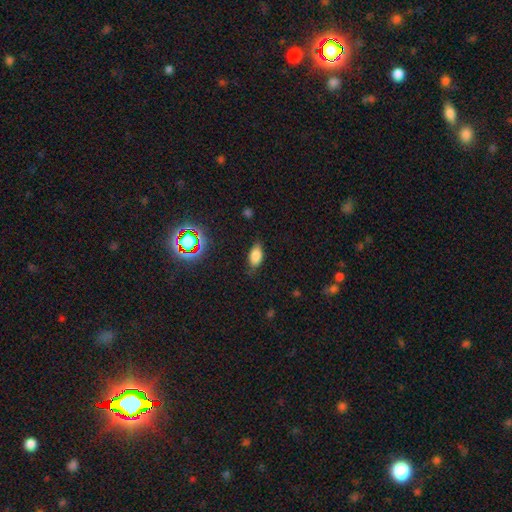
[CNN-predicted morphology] Smooth or featured: smooth — 78% (star or artifact — 13%)
How rounded: in between — 89% (cigar-shaped — 6%)
Merging: none — 79% (minor disturbance — 16%)